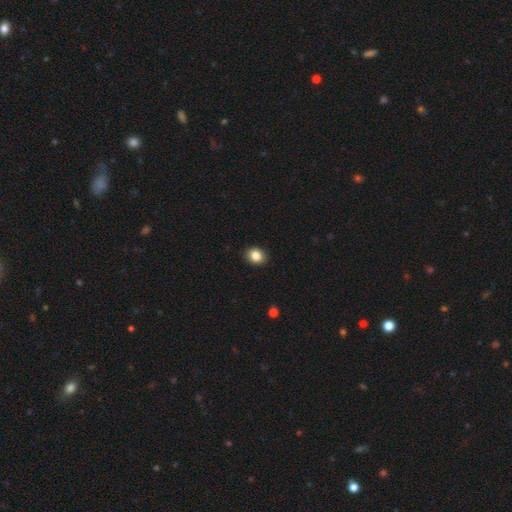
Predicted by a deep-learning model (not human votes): Smooth or featured? Predicted: smooth (p=0.86). How rounded? Predicted: round (p=0.54). Merging? Predicted: none (p=0.90).